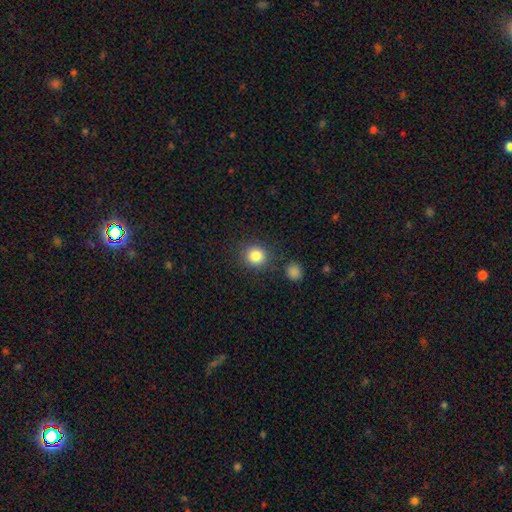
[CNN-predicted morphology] This appears to be a smooth galaxy with no disk features (84%) that is round (87%). Merging: none (83%).